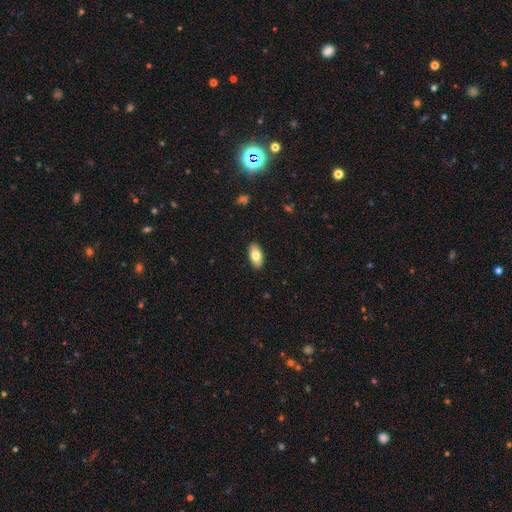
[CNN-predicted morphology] A smooth galaxy with no disk features (78%) that is in between round and cigar-shaped (92%). Merging: none (89%).